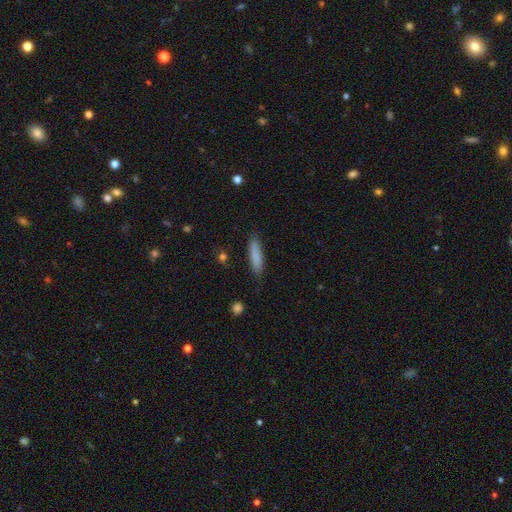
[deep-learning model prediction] This appears to be a smooth galaxy with no disk features (85%) that is cigar-shaped (76%). Merging: none (86%).